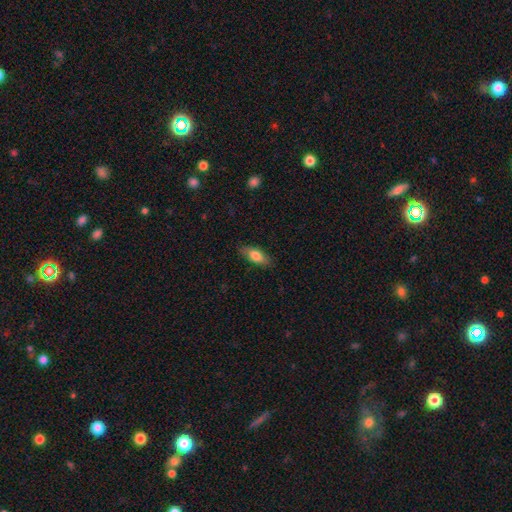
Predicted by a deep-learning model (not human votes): This appears to be a smooth galaxy with no disk features (75%) that is in between round and cigar-shaped (75%). Merging: none (85%).